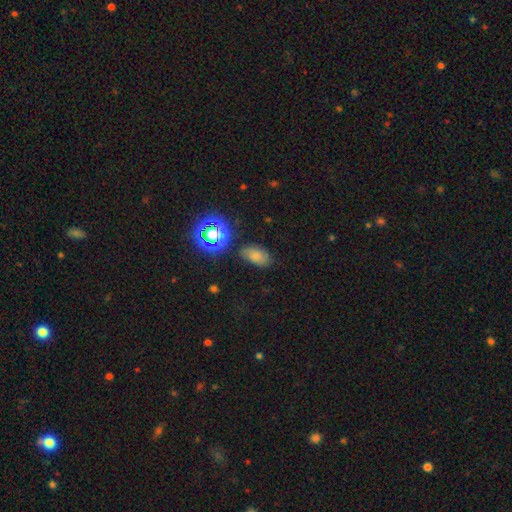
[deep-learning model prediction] smooth-or-featured: smooth: 66% | star or artifact: 22% | featured or disk: 13%
  how-rounded: in between: 89% | round: 9% | cigar-shaped: 2%
  merging: none: 71% | minor disturbance: 19% | major disturbance: 6% | merger: 4%